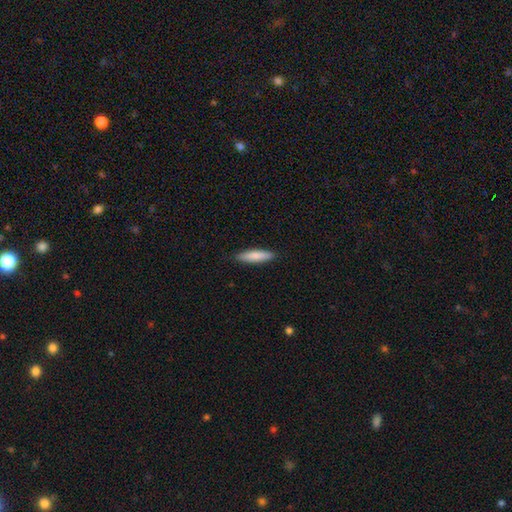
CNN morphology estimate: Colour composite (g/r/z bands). It shows a smooth galaxy with no disk features (83%) that is cigar-shaped (76%). Merging: none (89%).